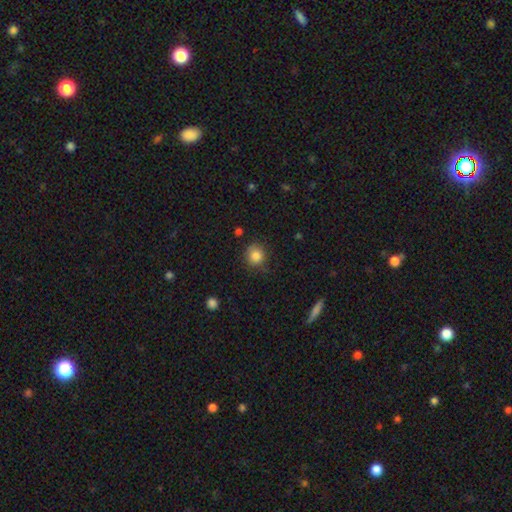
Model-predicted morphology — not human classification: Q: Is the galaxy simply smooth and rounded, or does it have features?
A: smooth — 85%.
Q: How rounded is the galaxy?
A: round — 86%.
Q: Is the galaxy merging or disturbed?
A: none — 81%.